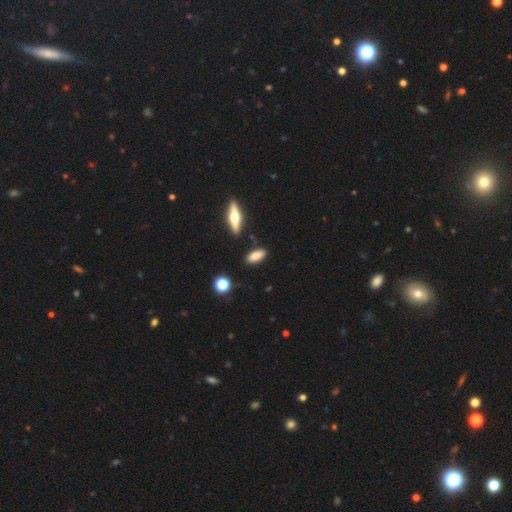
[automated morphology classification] This is clearly a smooth galaxy (81%). How rounded: likely in between (74%). Merging: clearly none (84%).